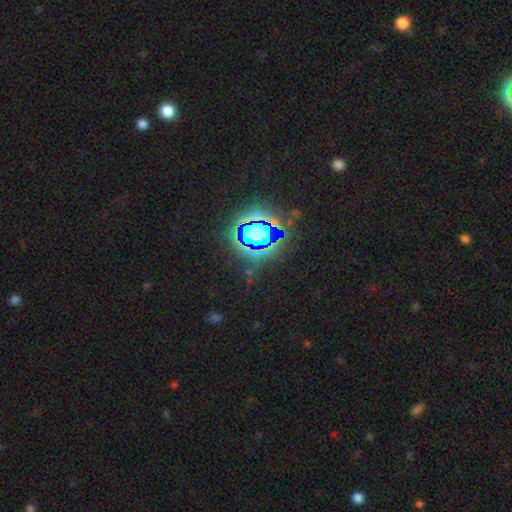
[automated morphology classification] smooth_or_featured: star or artifact (p=0.70) [alt: smooth p=0.17]